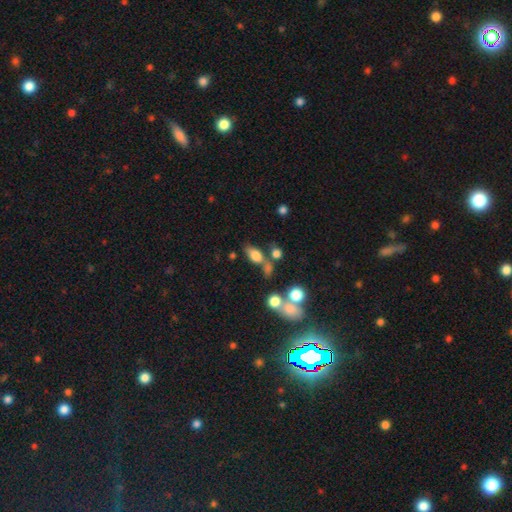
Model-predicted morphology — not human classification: A smooth galaxy with no disk features (72%) that is in between round and cigar-shaped (81%).

Vote fractions:
- Smooth or featured? smooth: 72% / featured or disk: 16% / star or artifact: 12%
- How rounded? in between: 81% / round: 12% / cigar-shaped: 7%
- Merging? none: 51% / merger: 27% / minor disturbance: 15% / major disturbance: 8%